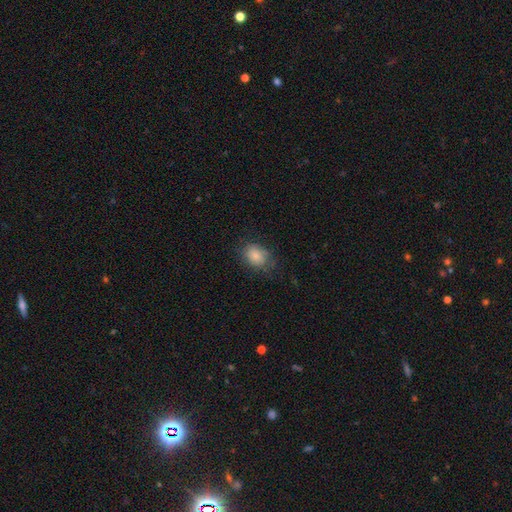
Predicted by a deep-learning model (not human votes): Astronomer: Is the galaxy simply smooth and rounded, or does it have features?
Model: smooth — 83%.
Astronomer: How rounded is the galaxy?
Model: in between — 66%.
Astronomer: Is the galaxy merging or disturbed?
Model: none — 69%.